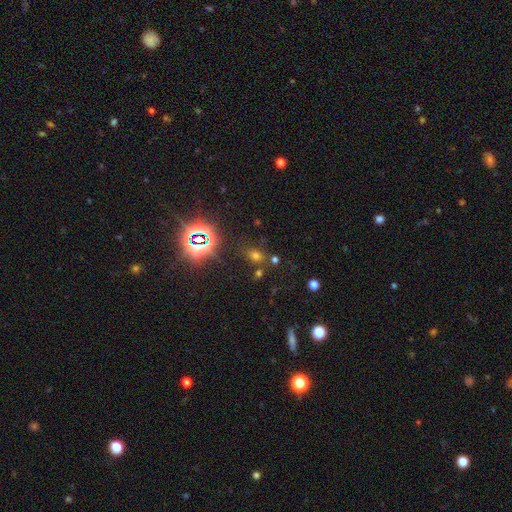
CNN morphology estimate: type=smooth (52%); roundness=in between (59%); merging=none (75%).